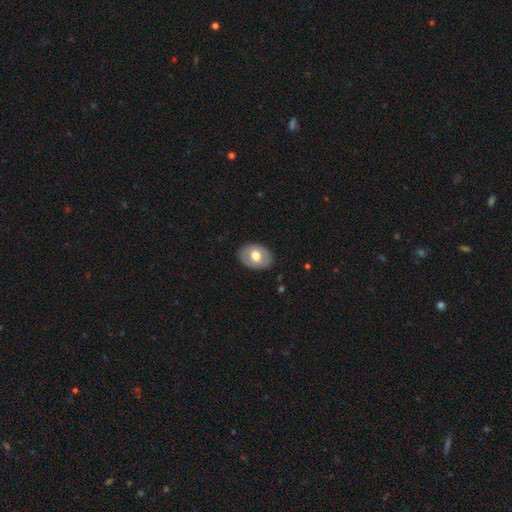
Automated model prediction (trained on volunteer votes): This is likely a smooth galaxy (63%). How rounded: likely in between (77%). Merging: clearly none (85%).